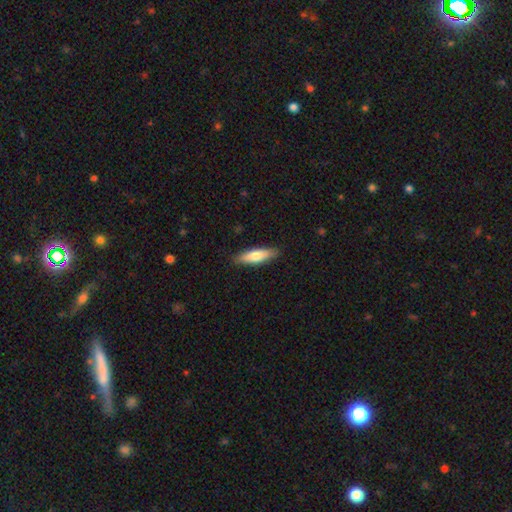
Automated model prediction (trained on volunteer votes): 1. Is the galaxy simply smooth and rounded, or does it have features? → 73% smooth, 21% featured or disk, 5% star or artifact.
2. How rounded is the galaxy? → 61% cigar-shaped, 37% in between, 2% round.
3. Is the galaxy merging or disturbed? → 88% none, 9% minor disturbance, 2% major disturbance, 1% merger.